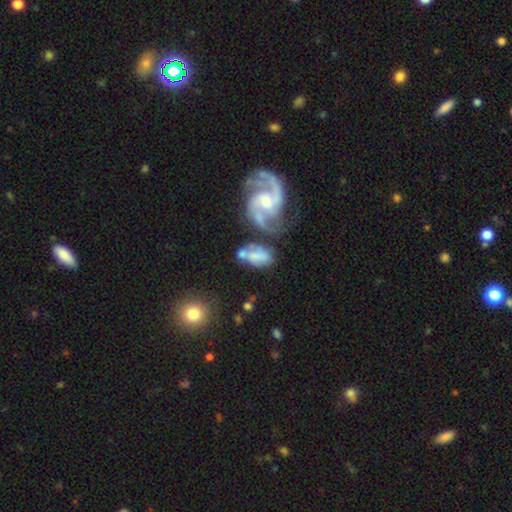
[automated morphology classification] Smooth or featured? smooth (46%)
Merging? merger (34%)